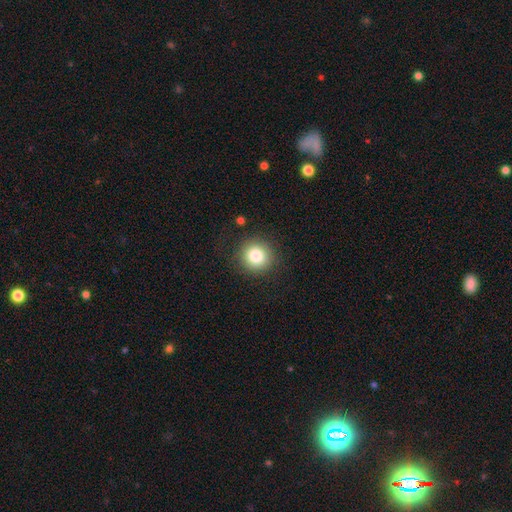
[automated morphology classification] smooth 82%, star or artifact 10%, featured or disk 7%. Down the decision tree: how rounded — round (92%); merging — none (87%).